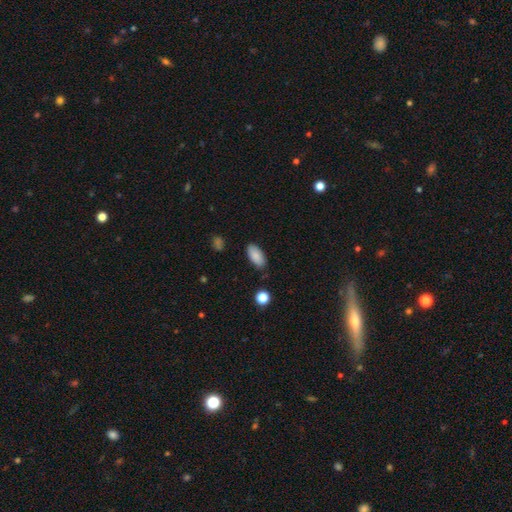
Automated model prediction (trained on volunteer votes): smooth-or-featured: smooth: 87% | star or artifact: 7% | featured or disk: 6%
  how-rounded: in between: 92% | cigar-shaped: 5% | round: 2%
  merging: none: 82% | minor disturbance: 13% | major disturbance: 3% | merger: 2%